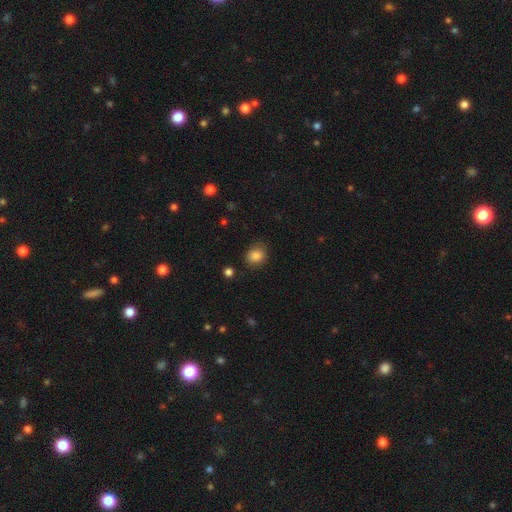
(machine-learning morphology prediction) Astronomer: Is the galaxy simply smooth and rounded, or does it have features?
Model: smooth — 85%.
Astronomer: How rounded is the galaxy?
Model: round — 61% (runner-up: in between, 38%).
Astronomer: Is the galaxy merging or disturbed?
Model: none — 81%.